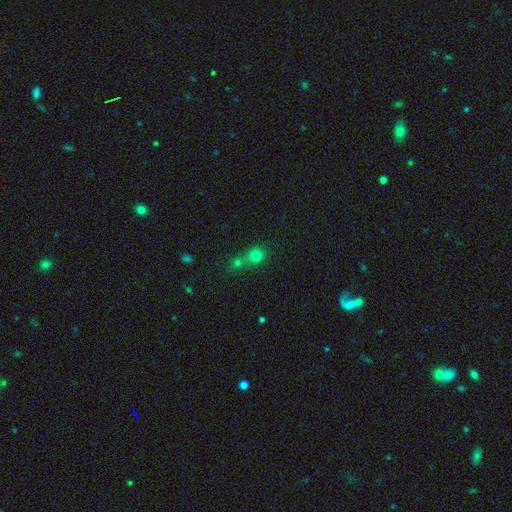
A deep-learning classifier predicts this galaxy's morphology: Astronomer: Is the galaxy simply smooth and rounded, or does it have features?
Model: smooth — 75%.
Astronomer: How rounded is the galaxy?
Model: round — 83%.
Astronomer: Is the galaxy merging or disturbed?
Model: merger — 49% (runner-up: none, 41%).